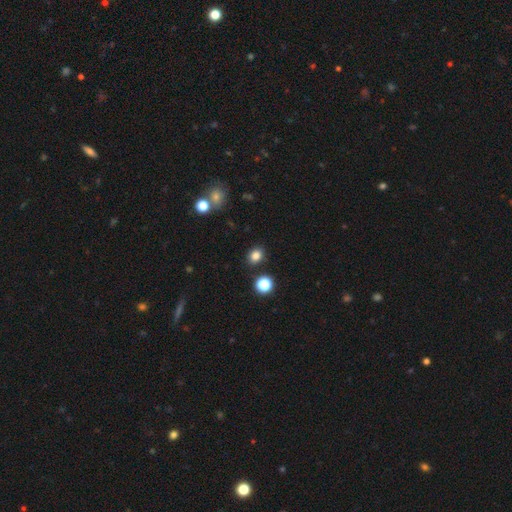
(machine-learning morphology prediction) A smooth galaxy with no disk features (81%) that is round (52%). Merging: none (85%).